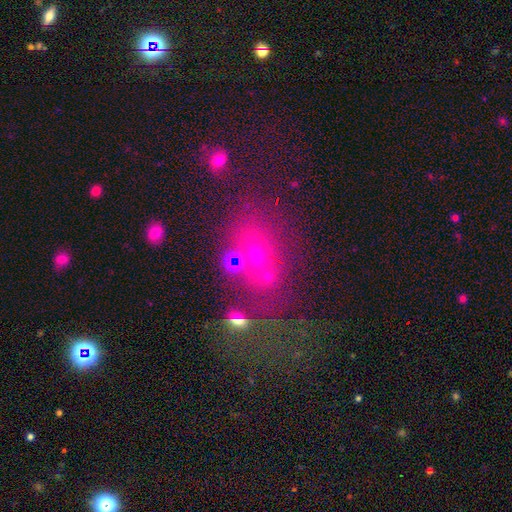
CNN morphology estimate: Smooth or featured? Predicted: smooth (p=0.52). How rounded? Predicted: in between (p=0.64). Merging? Predicted: none (p=0.52).